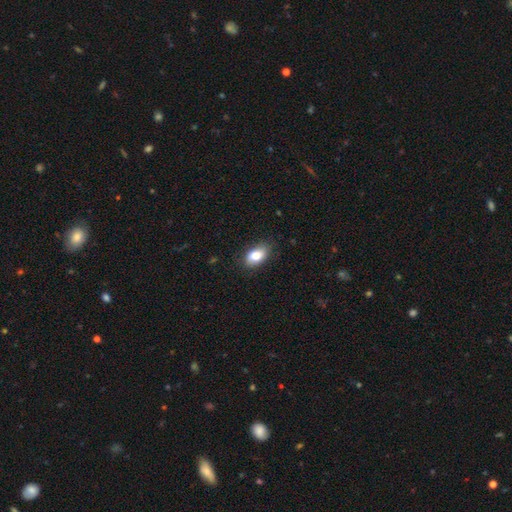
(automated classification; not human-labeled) smooth 83%, featured or disk 9%, star or artifact 8%. Down the decision tree: how rounded — in between (89%); merging — none (81%).